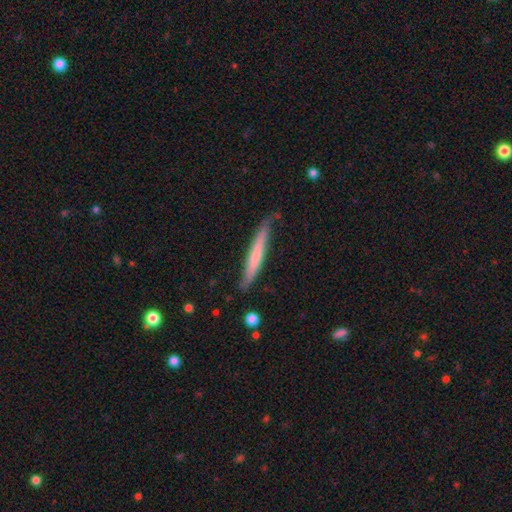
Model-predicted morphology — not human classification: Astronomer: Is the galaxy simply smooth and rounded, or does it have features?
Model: smooth — 59% (runner-up: featured or disk, 36%).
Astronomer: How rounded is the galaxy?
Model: cigar-shaped — 96%.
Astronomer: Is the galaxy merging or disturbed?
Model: none — 72%.